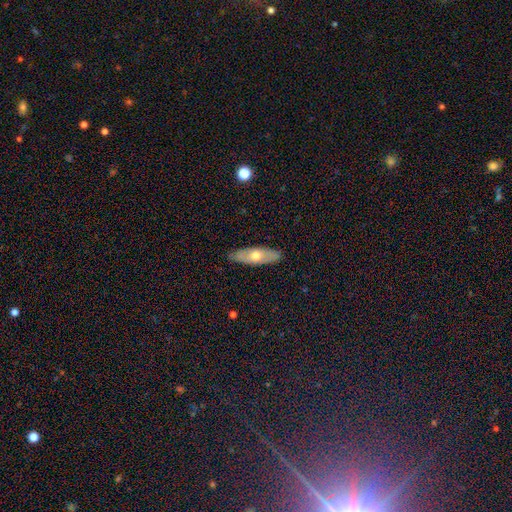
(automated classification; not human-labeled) Smooth or featured?
  - smooth: 48% *
  - featured or disk: 46%
  - star or artifact: 6%
Merging?
  - none: 87% *
  - minor disturbance: 10%
  - major disturbance: 2%
  - merger: 1%